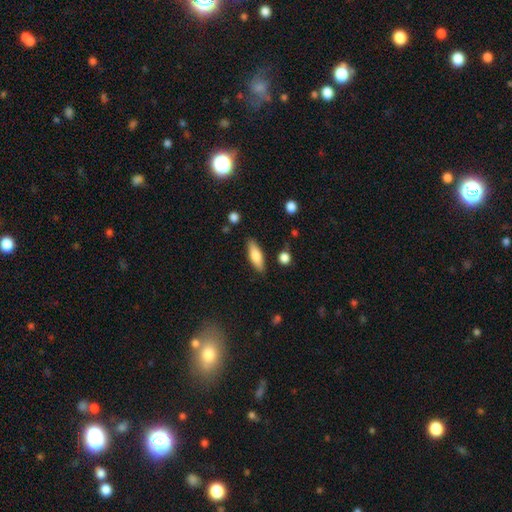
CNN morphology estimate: Overall: smooth (73%). How rounded: in between (55%; cigar-shaped 42%). Merging: none (84%).